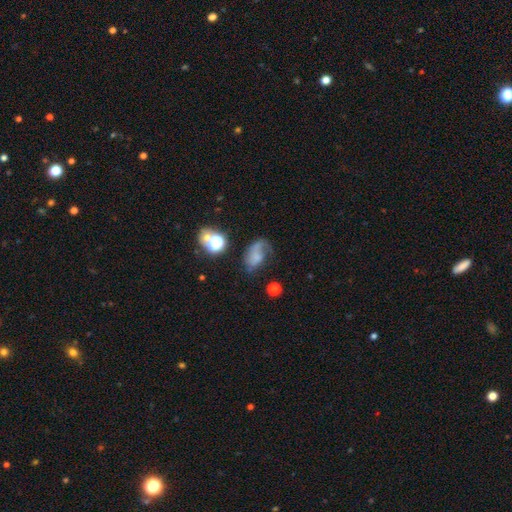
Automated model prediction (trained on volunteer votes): smooth 45%, featured or disk 38%, star or artifact 17%. Down the decision tree: merging — major disturbance (35%).